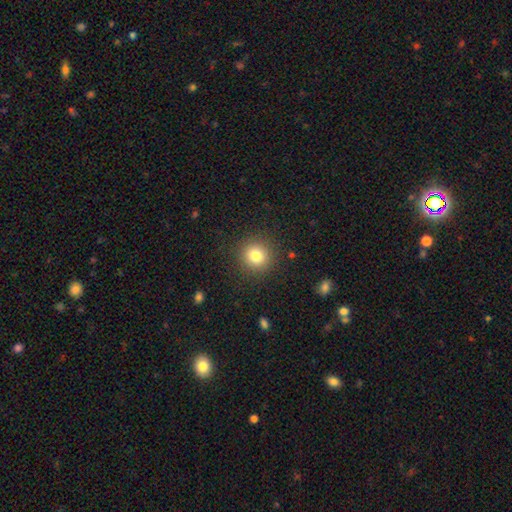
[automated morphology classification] Q: Smooth or featured?
A: smooth (80%); runner-up: star or artifact (12%)
Q: How rounded?
A: round (93%); runner-up: in between (6%)
Q: Merging?
A: none (90%); runner-up: minor disturbance (6%)